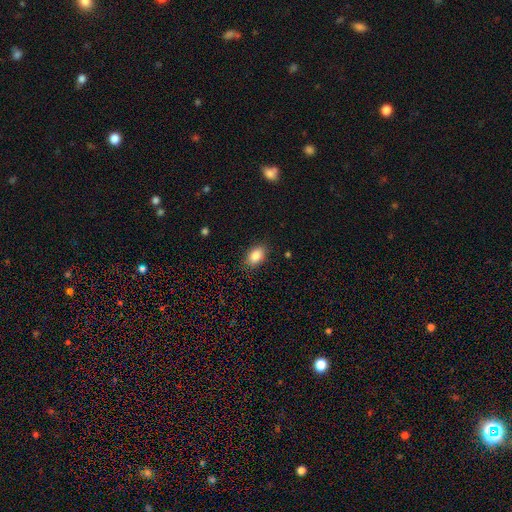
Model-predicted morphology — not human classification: Smooth or featured? smooth (85%)
How rounded? in between (84%)
Merging? none (85%)